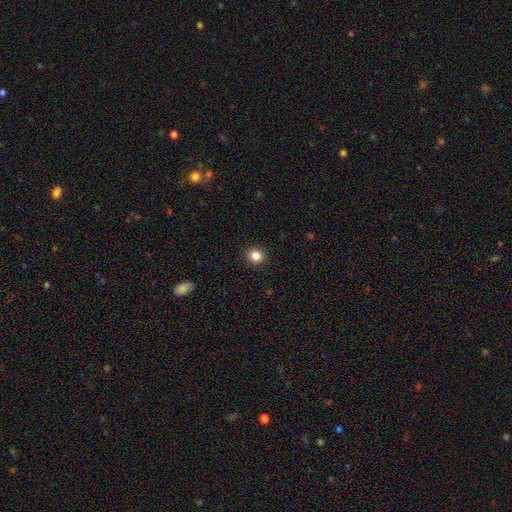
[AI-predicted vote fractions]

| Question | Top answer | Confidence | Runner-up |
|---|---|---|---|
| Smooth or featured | smooth | 84% | star or artifact (12%) |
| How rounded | round | 92% | in between (7%) |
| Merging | none | 91% | minor disturbance (6%) |